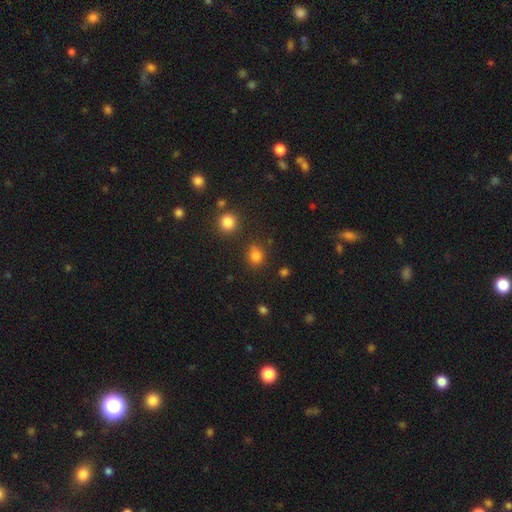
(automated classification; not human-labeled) smooth-or-featured: smooth: 79% | star or artifact: 15% | featured or disk: 5%
  how-rounded: round: 76% | in between: 23% | cigar-shaped: 1%
  merging: none: 77% | minor disturbance: 13% | merger: 6% | major disturbance: 4%